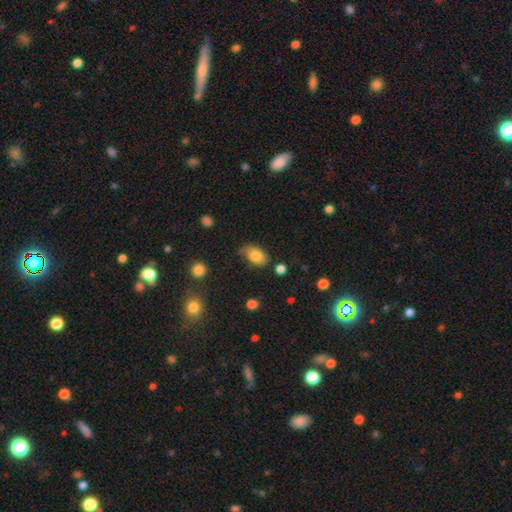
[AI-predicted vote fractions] A smooth galaxy with no disk features (80%) that is in between round and cigar-shaped (87%).

Vote fractions:
- Smooth or featured? smooth: 80% / featured or disk: 11% / star or artifact: 8%
- How rounded? in between: 87% / round: 12% / cigar-shaped: 2%
- Merging? none: 58% / minor disturbance: 30% / major disturbance: 8% / merger: 3%